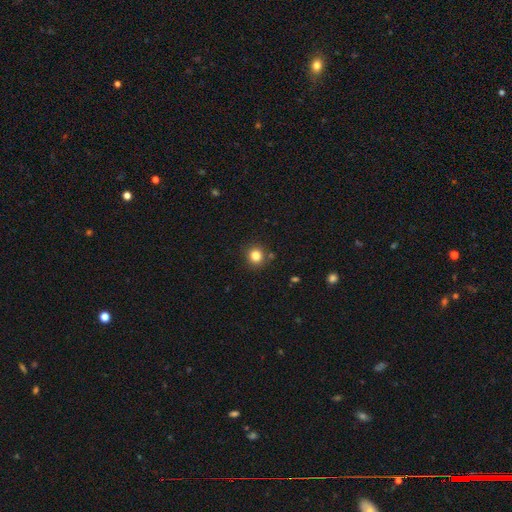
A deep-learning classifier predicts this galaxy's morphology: A smooth galaxy with no disk features (82%) that is round (90%). Merging: none (88%).